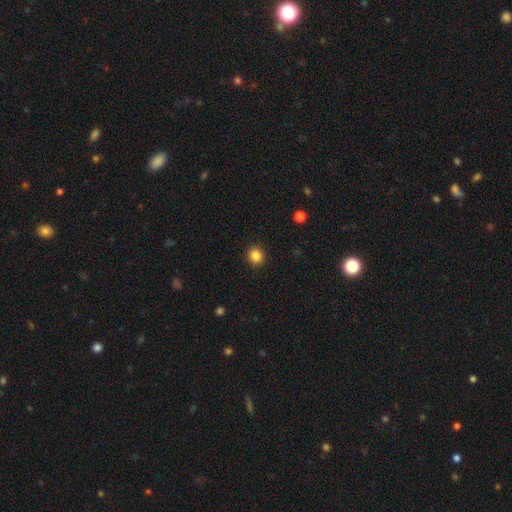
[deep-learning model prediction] Q: Smooth or featured?
A: smooth (86%); runner-up: star or artifact (11%)
Q: How rounded?
A: round (92%); runner-up: in between (7%)
Q: Merging?
A: none (92%); runner-up: minor disturbance (5%)